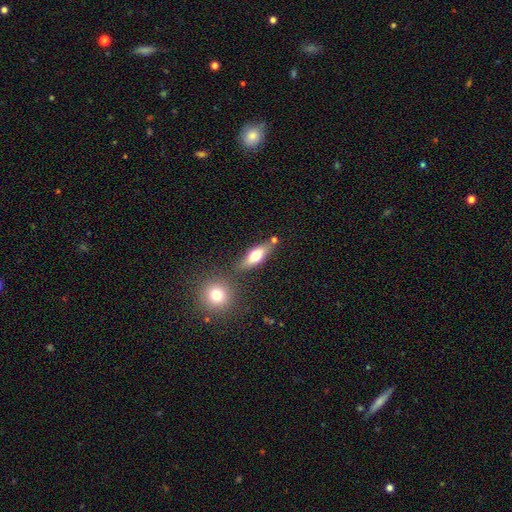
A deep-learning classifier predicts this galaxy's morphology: Smooth or featured? smooth (63%)
How rounded? in between (63%)
Merging? none (69%)